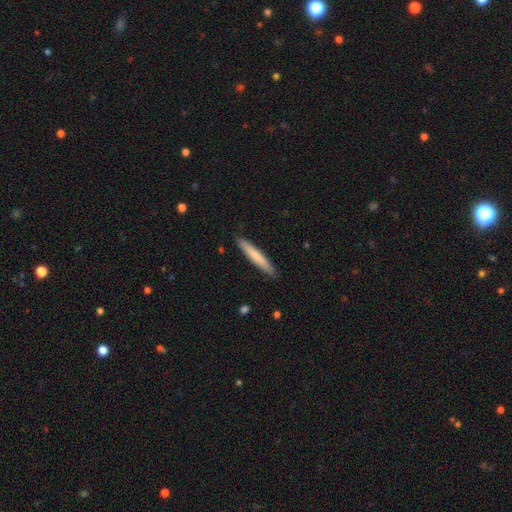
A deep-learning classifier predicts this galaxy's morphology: This appears to be a smooth galaxy with no disk features (73%) that is cigar-shaped (94%). Merging: none (90%).